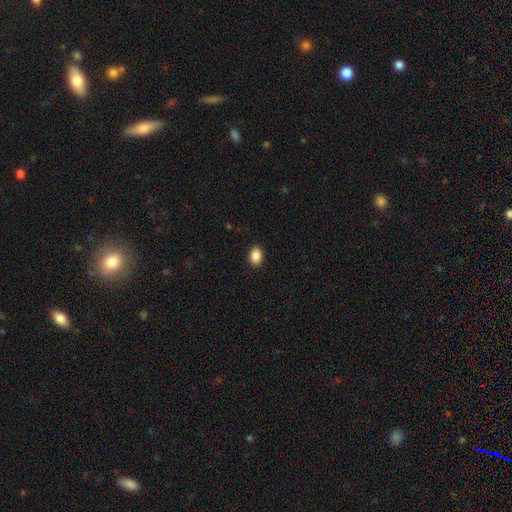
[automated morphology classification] Smooth or featured?
  - smooth: 89% *
  - star or artifact: 8%
  - featured or disk: 3%
How rounded?
  - in between: 80% *
  - round: 19%
  - cigar-shaped: 1%
Merging?
  - none: 90% *
  - minor disturbance: 7%
  - major disturbance: 2%
  - merger: 1%